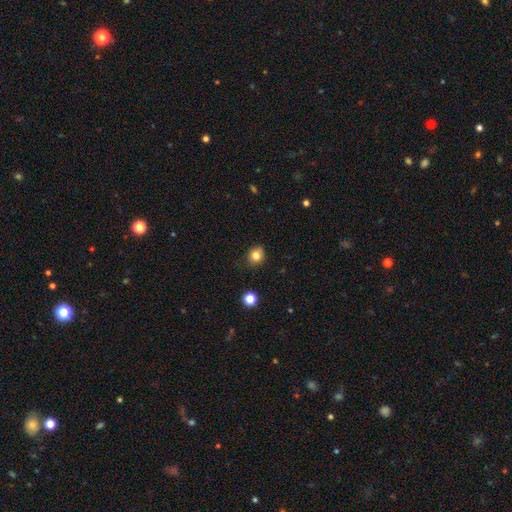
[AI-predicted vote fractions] Smooth or featured? Predicted: smooth (p=0.81). How rounded? Predicted: round (p=0.67). Merging? Predicted: none (p=0.80).